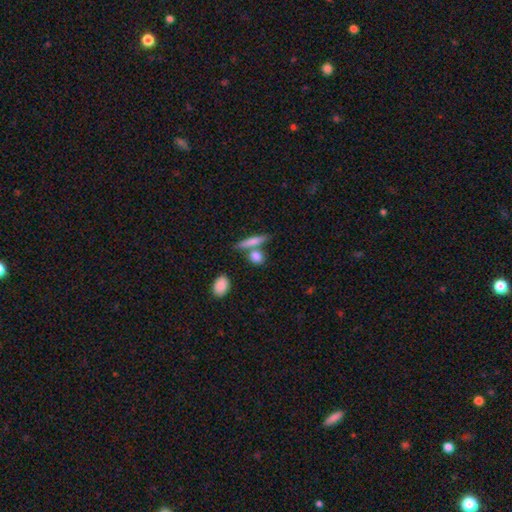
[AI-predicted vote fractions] The model was most divided on "how rounded": round: 36%, in between: 35%, cigar-shaped: 28%. More confident: smooth or featured — smooth (79%); merging — none (64%).